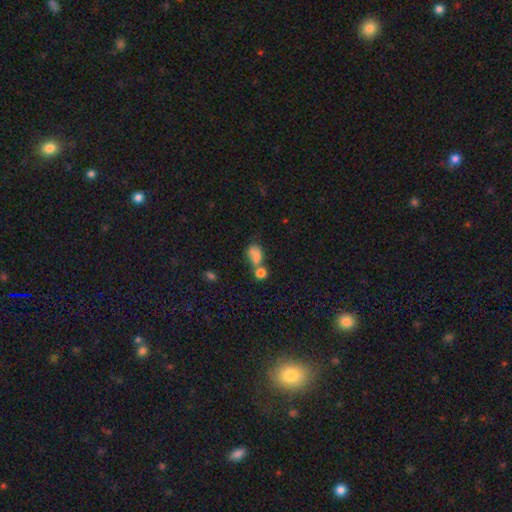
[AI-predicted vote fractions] Morphology: type=smooth (74%); roundness=in between (69%); merging=merger (55%).